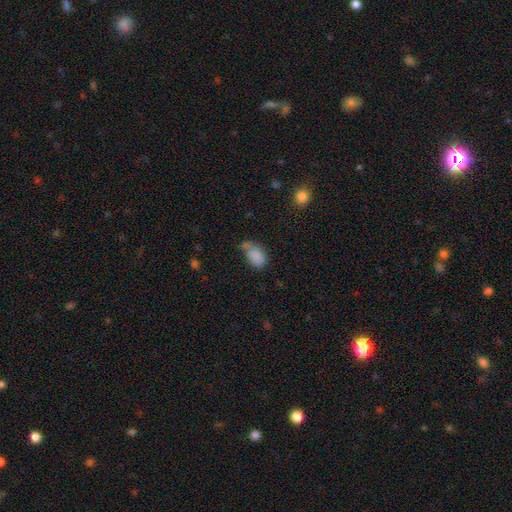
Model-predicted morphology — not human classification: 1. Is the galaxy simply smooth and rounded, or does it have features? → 84% smooth, 9% star or artifact, 7% featured or disk.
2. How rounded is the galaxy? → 83% in between, 16% round, 1% cigar-shaped.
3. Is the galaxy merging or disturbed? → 44% none, 27% minor disturbance, 17% merger, 13% major disturbance.